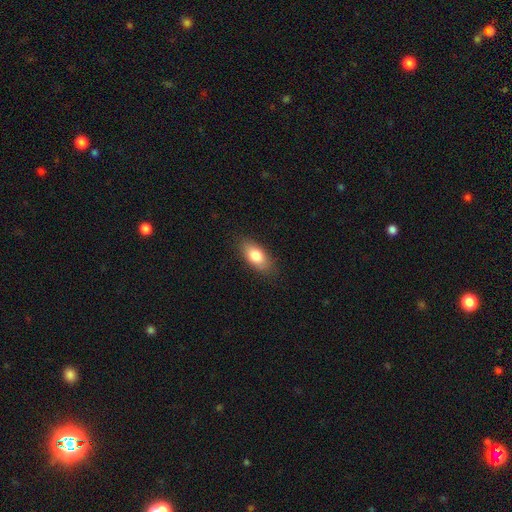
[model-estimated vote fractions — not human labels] This is likely a smooth galaxy (80%). How rounded: clearly in between (86%). Merging: clearly none (83%).